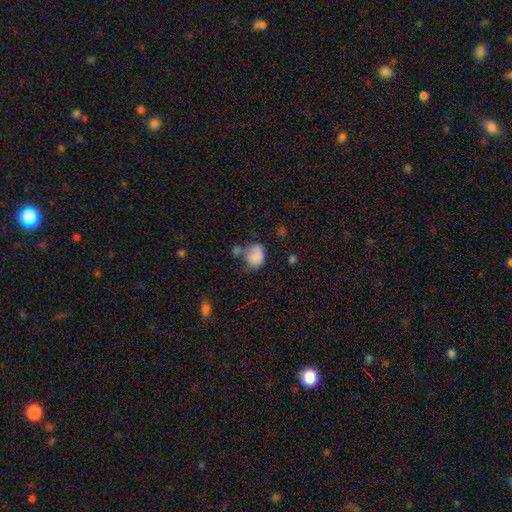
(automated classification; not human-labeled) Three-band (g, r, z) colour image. It shows a smooth galaxy with no disk features (80%) that is in between round and cigar-shaped (59%). Merging: none (38%).